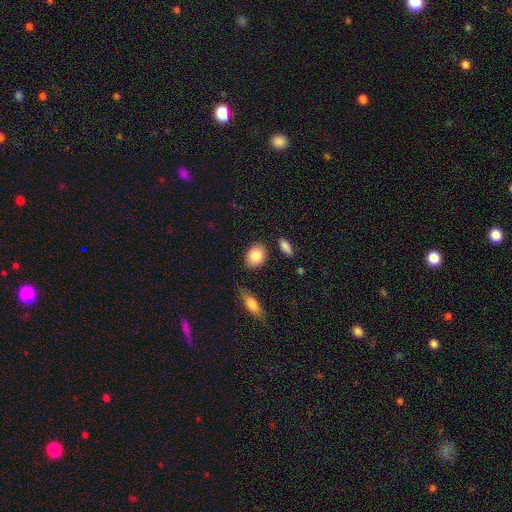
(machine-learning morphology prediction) Overall: smooth (86%). How rounded: in between (69%; round 29%). Merging: none (81%).